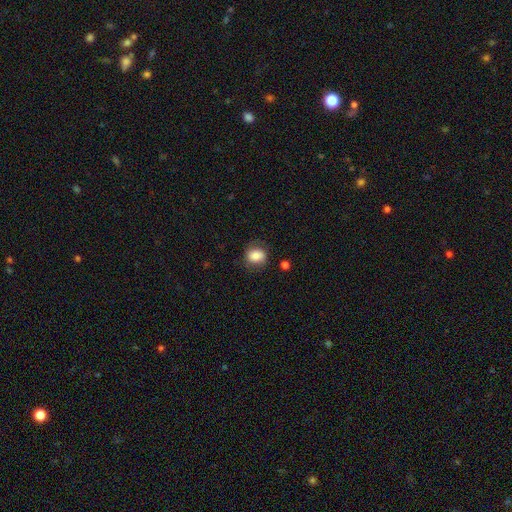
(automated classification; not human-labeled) Overall: smooth (81%). How rounded: round (53%; in between 45%). Merging: none (73%).